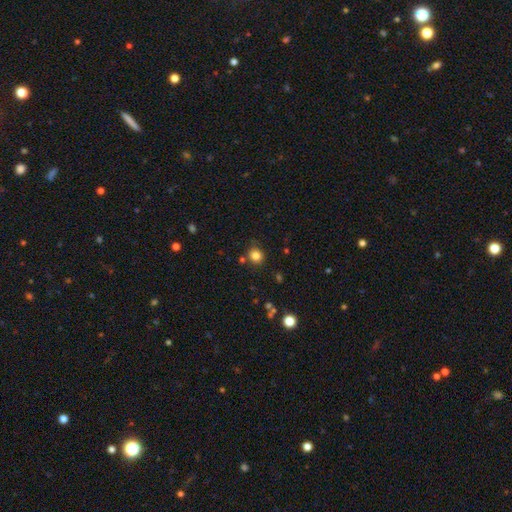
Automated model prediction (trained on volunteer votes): Smooth or featured? smooth (83%)
How rounded? round (84%)
Merging? none (81%)